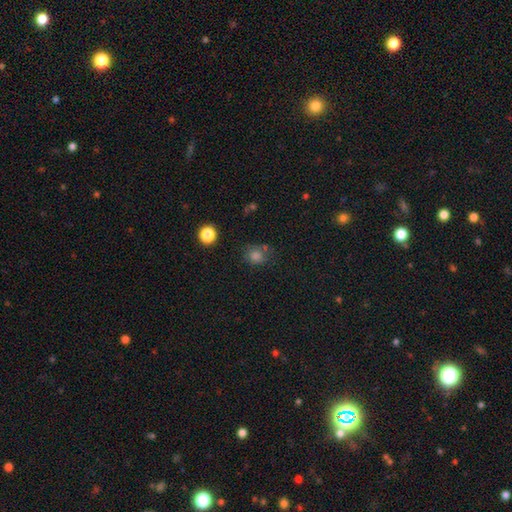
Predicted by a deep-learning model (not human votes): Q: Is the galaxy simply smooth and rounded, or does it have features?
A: smooth — 75%.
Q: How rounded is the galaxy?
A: round — 76%.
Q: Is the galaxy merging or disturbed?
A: none — 65%.